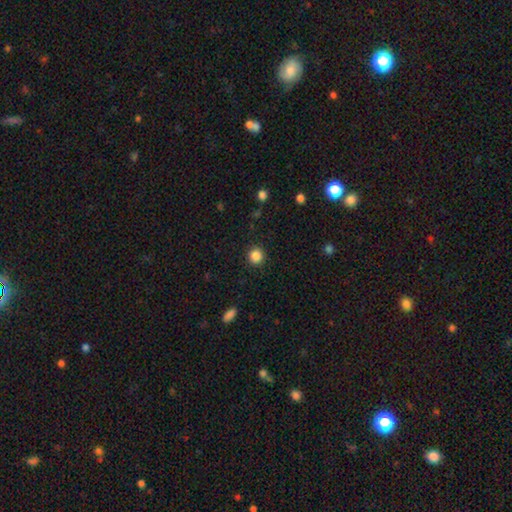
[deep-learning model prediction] The model was most divided on "smooth or featured": smooth: 86%, star or artifact: 10%, featured or disk: 3%. More confident: how rounded — round (93%); merging — none (91%).